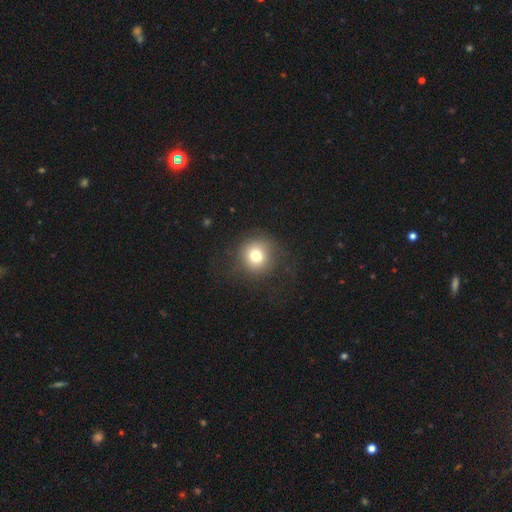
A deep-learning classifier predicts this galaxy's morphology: type=smooth (75%); roundness=round (93%); merging=none (78%).